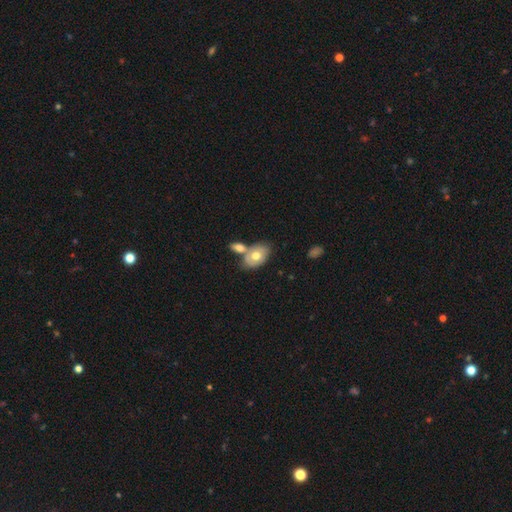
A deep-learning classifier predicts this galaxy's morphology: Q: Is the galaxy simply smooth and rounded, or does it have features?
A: smooth — 65%.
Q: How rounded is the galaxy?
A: in between — 89%.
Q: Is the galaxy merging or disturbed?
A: none — 44%.